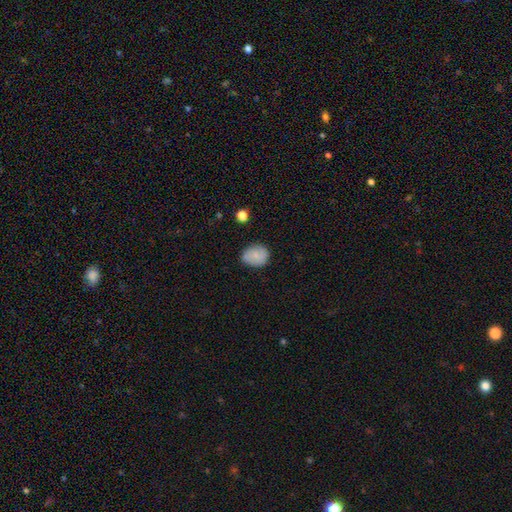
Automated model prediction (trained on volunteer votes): This is likely a smooth galaxy (76%). How rounded: possibly round (54%). Merging: likely none (77%).